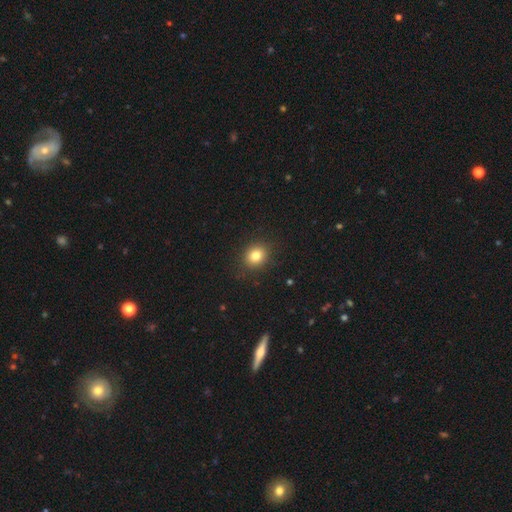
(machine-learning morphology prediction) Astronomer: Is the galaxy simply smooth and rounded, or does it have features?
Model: smooth — 81%.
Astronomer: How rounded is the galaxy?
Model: round — 66%.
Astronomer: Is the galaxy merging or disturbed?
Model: none — 88%.